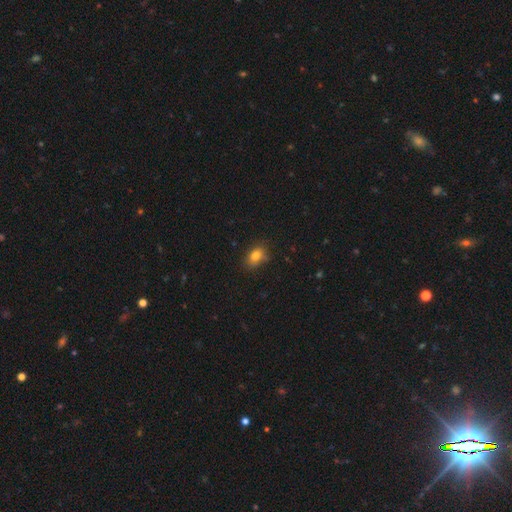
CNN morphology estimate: The model was most divided on "merging": none: 69%, minor disturbance: 23%, major disturbance: 5%, merger: 3%. More confident: smooth or featured — smooth (80%); how rounded — in between (73%).